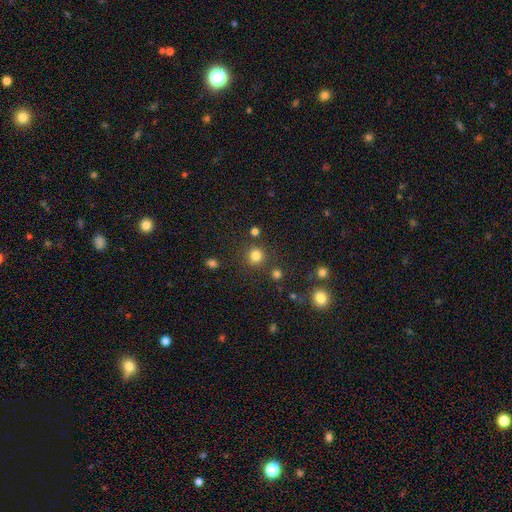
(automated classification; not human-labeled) Smooth or featured: smooth — 80% (star or artifact — 15%)
How rounded: round — 92% (in between — 7%)
Merging: none — 82% (minor disturbance — 8%)